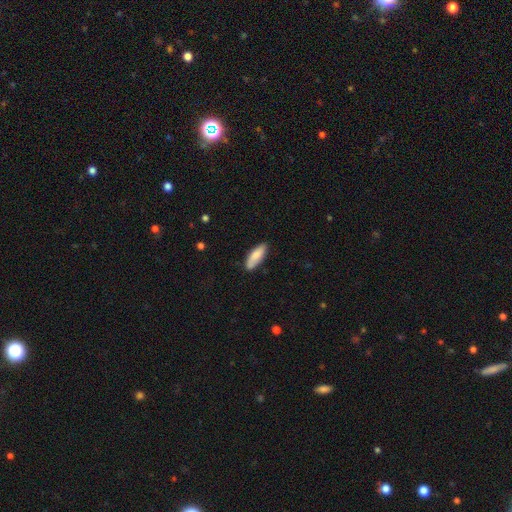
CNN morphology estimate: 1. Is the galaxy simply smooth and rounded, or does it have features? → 80% smooth, 14% featured or disk, 6% star or artifact.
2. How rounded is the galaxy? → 62% in between, 37% cigar-shaped, 2% round.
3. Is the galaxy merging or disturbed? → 79% none, 16% minor disturbance, 2% major disturbance, 2% merger.